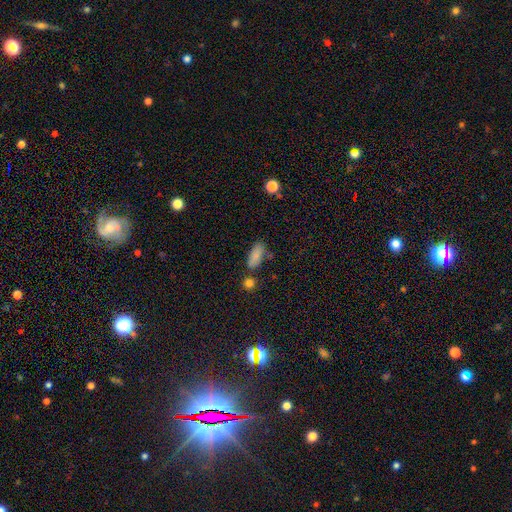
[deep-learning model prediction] This appears to be a smooth galaxy with no disk features (85%) that is in between round and cigar-shaped (81%). Merging: none (66%).